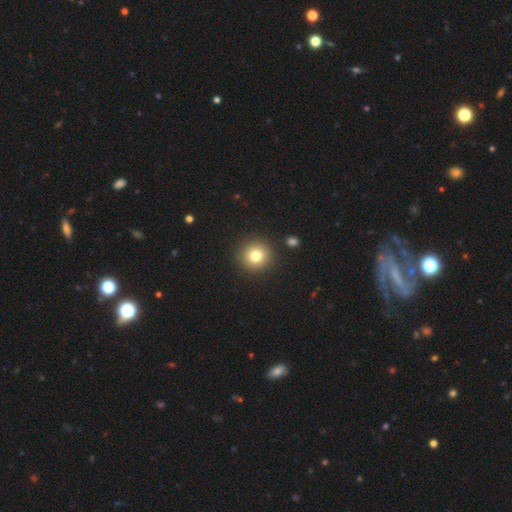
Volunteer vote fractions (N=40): Smooth or featured? smooth (82%)
How rounded? round (100%)
Merging? none (100%)